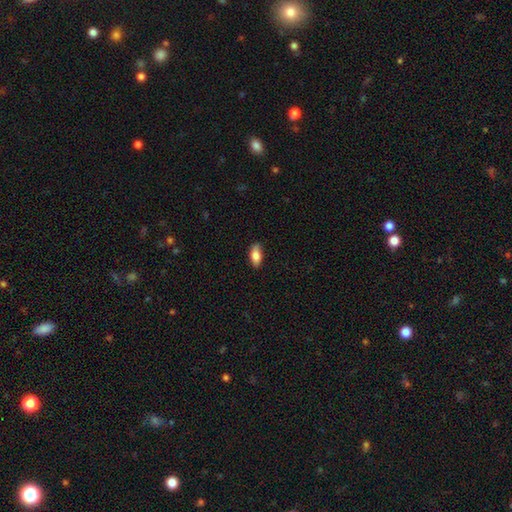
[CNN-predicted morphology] smooth_or_featured: smooth (p=0.82) [alt: featured or disk p=0.12]
how_rounded: in between (p=0.86) [alt: cigar-shaped p=0.10]
merging: none (p=0.80) [alt: minor disturbance p=0.16]